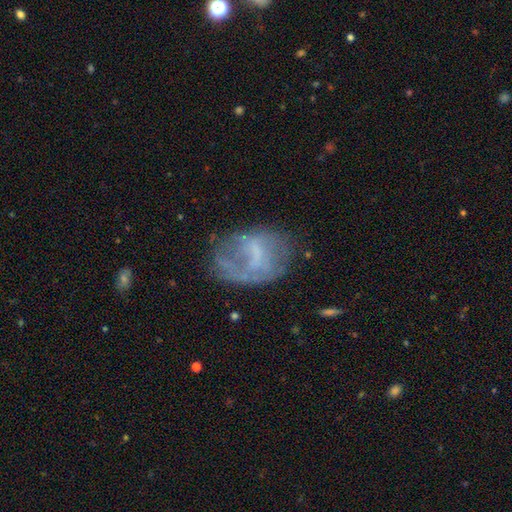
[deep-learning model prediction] Smooth or featured? Predicted: featured or disk (p=0.57). Edge-on disk? Predicted: no (p=0.97). Bar? Predicted: no (p=0.46). Spiral arms? Predicted: no (p=0.61). Bulge size? Predicted: none (p=0.53). Merging? Predicted: none (p=0.46).